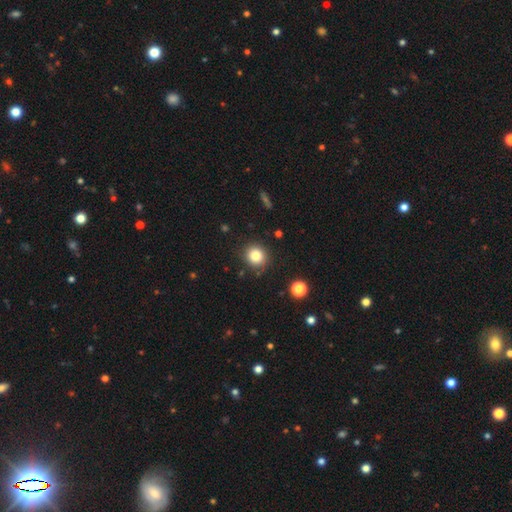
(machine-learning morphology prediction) This appears to be a smooth galaxy with no disk features (82%) that is round (87%). Merging: none (86%).